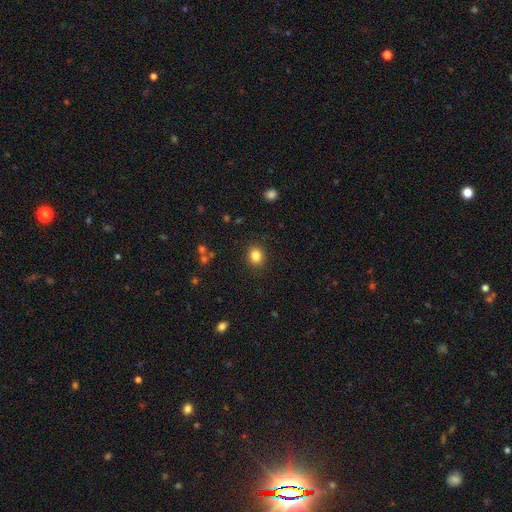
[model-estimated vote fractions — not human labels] Smooth or featured? smooth (83%)
How rounded? round (69%)
Merging? none (89%)